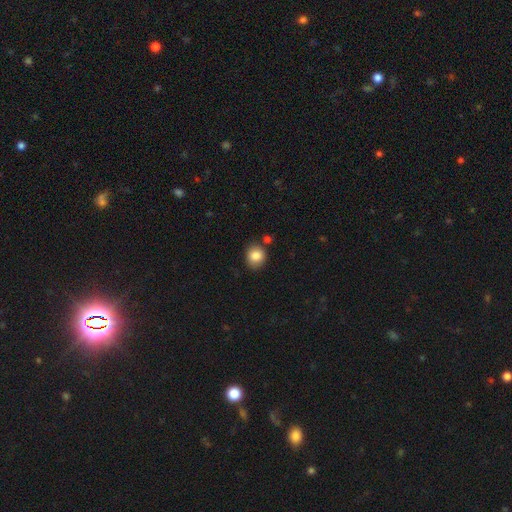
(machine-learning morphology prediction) Smooth or featured?
  - smooth: 86% *
  - star or artifact: 9%
  - featured or disk: 5%
How rounded?
  - round: 81% *
  - in between: 19%
  - cigar-shaped: 1%
Merging?
  - none: 78% *
  - minor disturbance: 13%
  - merger: 6%
  - major disturbance: 3%